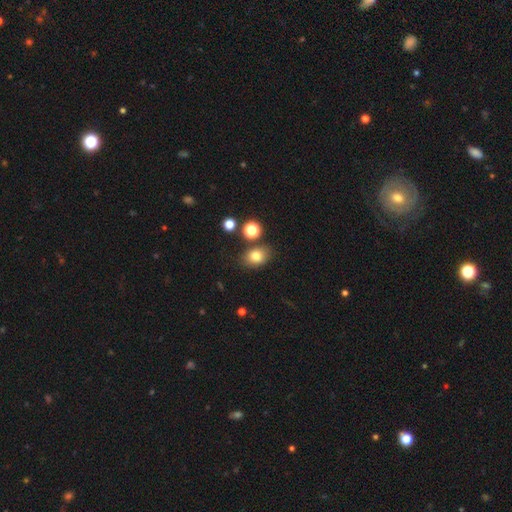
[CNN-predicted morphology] Smooth or featured: smooth — 79% (star or artifact — 12%)
How rounded: in between — 66% (round — 33%)
Merging: none — 77% (minor disturbance — 12%)